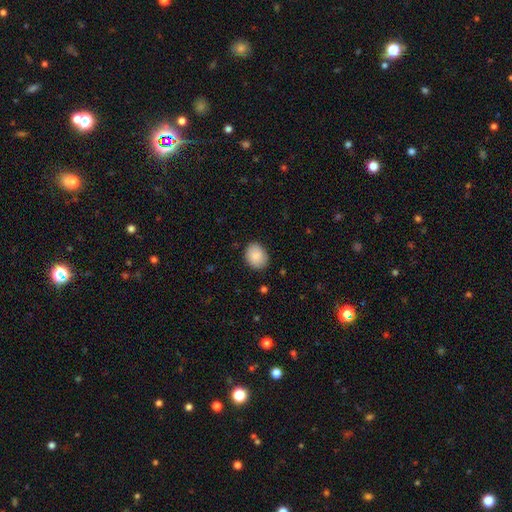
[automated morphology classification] The model was most divided on "how rounded": in between: 51%, round: 48%, cigar-shaped: 1%. More confident: smooth or featured — smooth (88%); merging — none (85%).